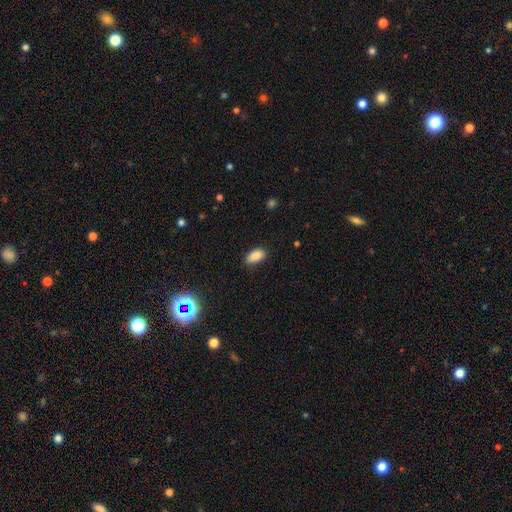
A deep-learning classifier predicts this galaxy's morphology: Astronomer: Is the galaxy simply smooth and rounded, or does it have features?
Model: smooth — 87%.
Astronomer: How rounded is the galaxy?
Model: in between — 92%.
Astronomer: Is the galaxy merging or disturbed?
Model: none — 77%.